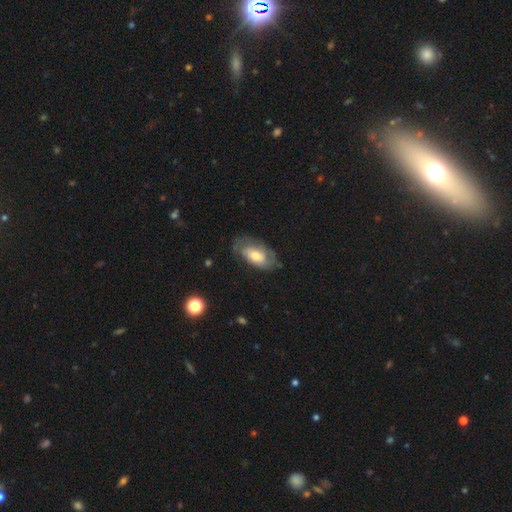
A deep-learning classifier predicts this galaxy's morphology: A featured or disk galaxy (56%) with no bar (69%), spiral arms (77%) and a moderate central bulge (57%).

Vote fractions:
- Smooth or featured? featured or disk: 56% / smooth: 38% / star or artifact: 6%
- Edge-on disk? no: 93% / yes: 7%
- Bar? no: 69% / weak: 26% / strong: 6%
- Spiral arms? yes: 77% / no: 23%
- Bulge size? moderate: 57% / small: 24% / large: 16% / none: 2% / dominant: 2%
- Merging? none: 64% / minor disturbance: 24% / major disturbance: 11% / merger: 1%